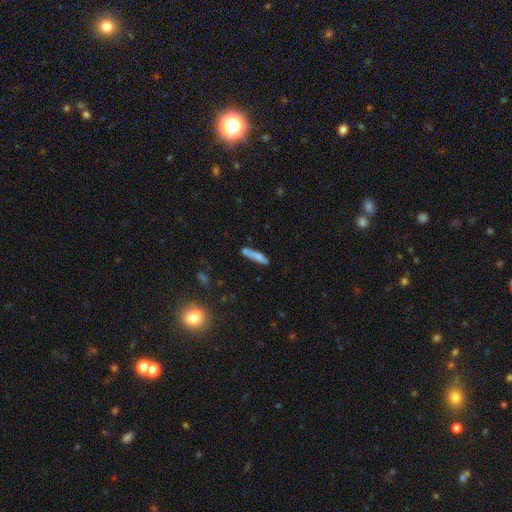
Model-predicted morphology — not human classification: smooth 71%, featured or disk 21%, star or artifact 8%. Down the decision tree: how rounded — cigar-shaped (87%); merging — none (66%).